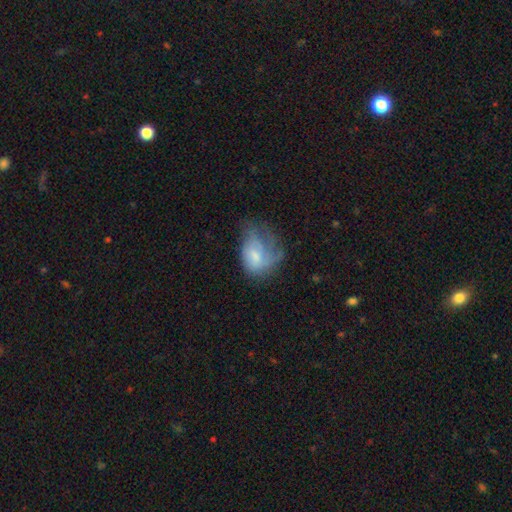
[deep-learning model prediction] A smooth galaxy with no disk features (54%) that is in between round and cigar-shaped (72%).

Vote fractions:
- Smooth or featured? smooth: 54% / featured or disk: 37% / star or artifact: 9%
- How rounded? in between: 72% / round: 27% / cigar-shaped: 1%
- Merging? major disturbance: 46% / minor disturbance: 29% / none: 22% / merger: 3%